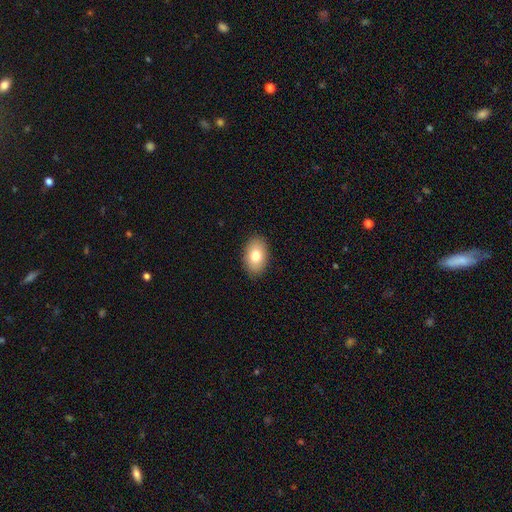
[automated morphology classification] smooth 77%, featured or disk 15%, star or artifact 8%. Down the decision tree: how rounded — in between (87%); merging — none (89%).